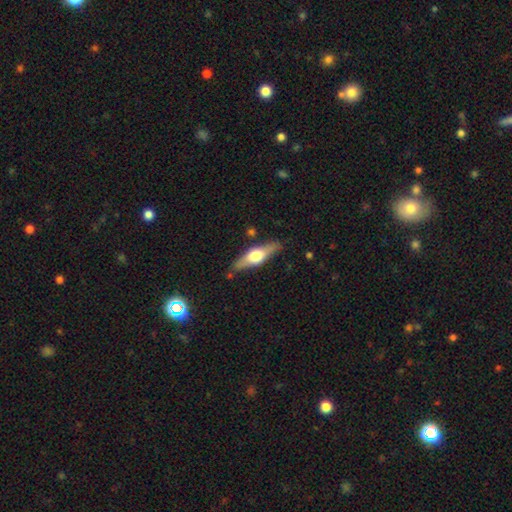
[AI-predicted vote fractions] A featured or disk galaxy (59%) viewed edge-on (92%) with a rounded central bulge (94%). Merging: none (83%).